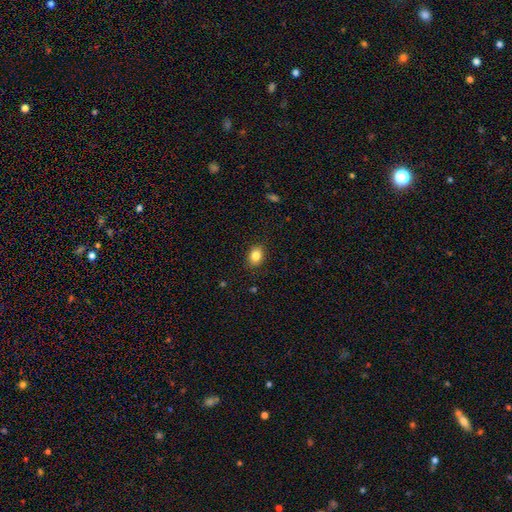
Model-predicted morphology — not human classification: A smooth galaxy with no disk features (84%) that is in between round and cigar-shaped (65%).

Vote fractions:
- Smooth or featured? smooth: 84% / star or artifact: 10% / featured or disk: 6%
- How rounded? in between: 65% / round: 34% / cigar-shaped: 1%
- Merging? none: 88% / minor disturbance: 9% / major disturbance: 2% / merger: 1%